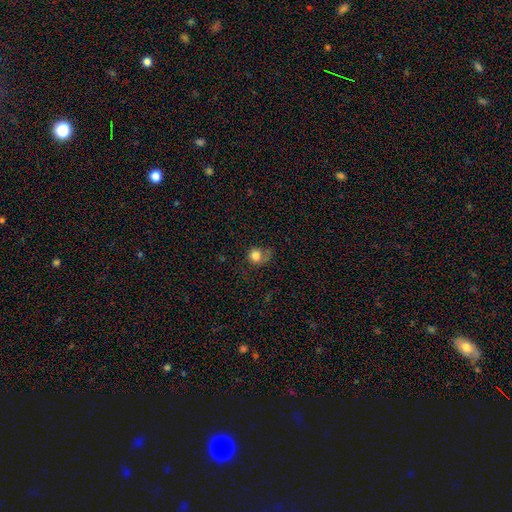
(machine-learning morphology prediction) A smooth galaxy with no disk features (79%) that is round (77%). Merging: none (41%).